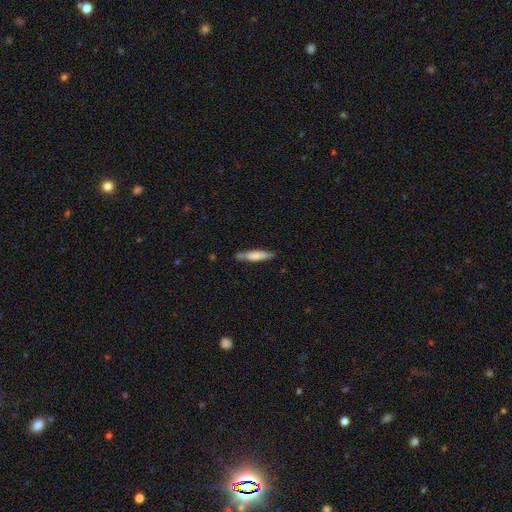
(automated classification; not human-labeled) Smooth or featured? smooth (65%)
How rounded? cigar-shaped (81%)
Merging? none (80%)